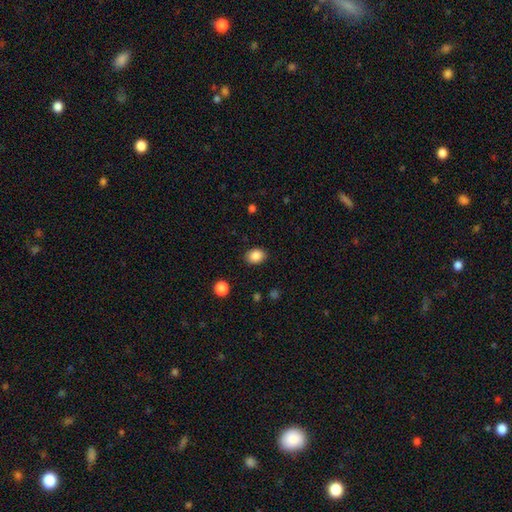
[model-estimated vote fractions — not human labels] Q: Smooth or featured?
A: smooth (87%); runner-up: star or artifact (9%)
Q: How rounded?
A: in between (59%); runner-up: round (40%)
Q: Merging?
A: none (88%); runner-up: minor disturbance (9%)